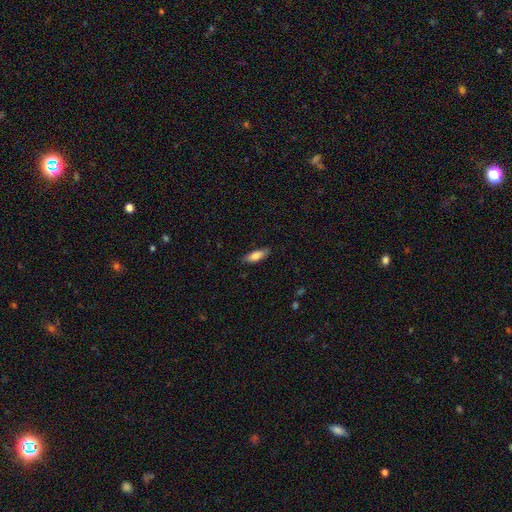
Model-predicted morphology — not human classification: Smooth or featured? Predicted: smooth (p=0.80). How rounded? Predicted: in between (p=0.62). Merging? Predicted: none (p=0.79).